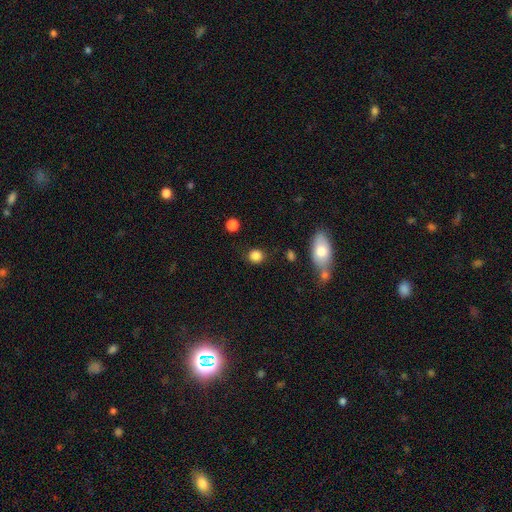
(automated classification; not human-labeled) This is clearly a smooth galaxy (85%). How rounded: clearly round (87%). Merging: clearly none (83%).